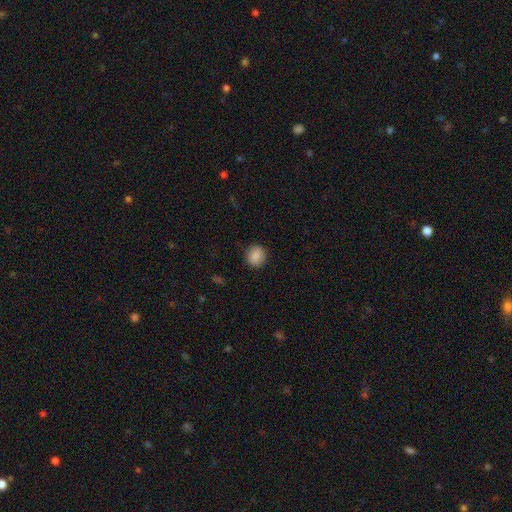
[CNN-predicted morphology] Smooth or featured: smooth — 85% (star or artifact — 9%)
How rounded: round — 90% (in between — 9%)
Merging: none — 91% (minor disturbance — 6%)